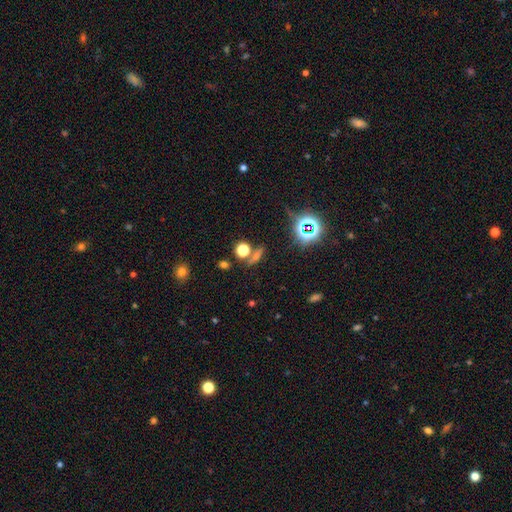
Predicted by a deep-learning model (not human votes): A star or artifact, not a galaxy (42%).